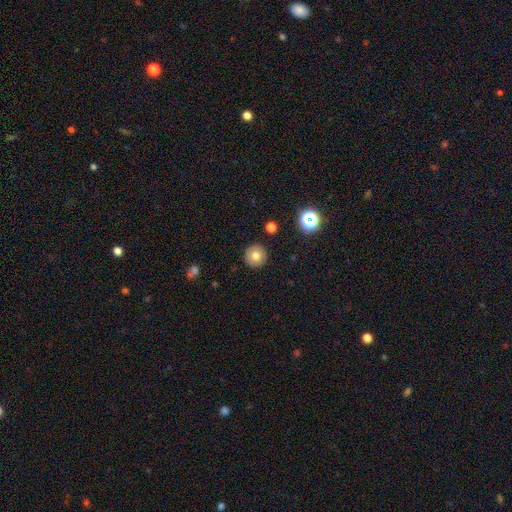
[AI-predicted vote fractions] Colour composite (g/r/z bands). It shows a smooth galaxy with no disk features (76%) that is round (95%). Merging: none (91%).